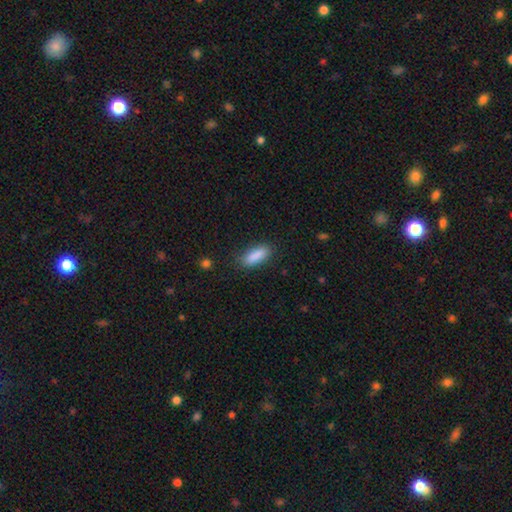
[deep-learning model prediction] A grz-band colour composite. It shows a smooth galaxy with no disk features (88%) that is in between round and cigar-shaped (70%). Merging: none (82%).